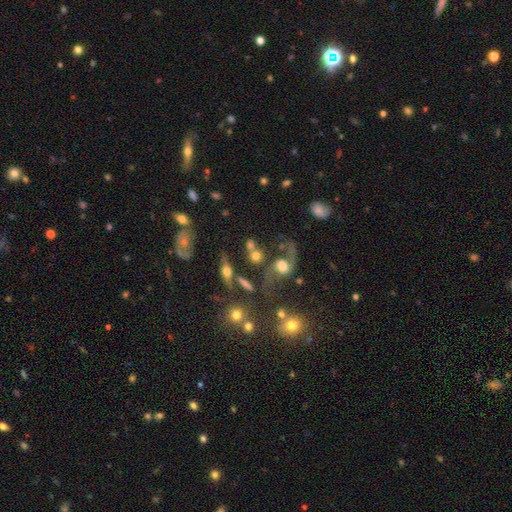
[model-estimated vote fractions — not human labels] Smooth or featured? smooth (47%)
Merging? none (44%)